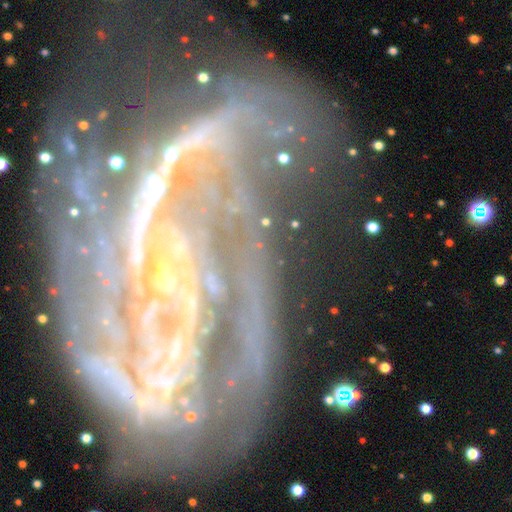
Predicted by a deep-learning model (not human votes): Smooth or featured: featured or disk — 61% (star or artifact — 27%)
Edge-on disk: no — 91% (yes — 9%)
Bar: no — 41% (strong — 33%)
Spiral arms: yes — 88% (no — 12%)
Bulge size: small — 62% (moderate — 21%)
Merging: none — 62% (minor disturbance — 16%)